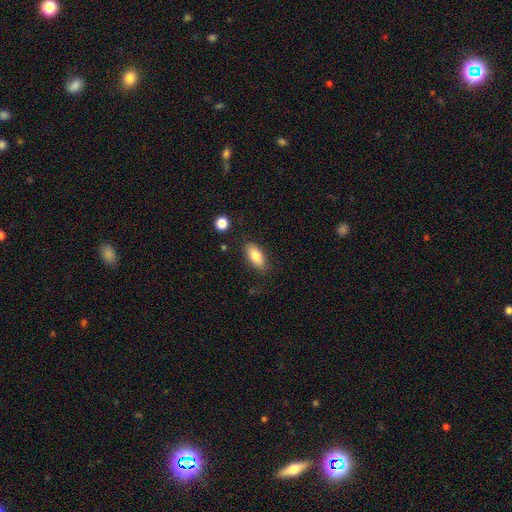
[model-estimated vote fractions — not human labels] Smooth or featured?
  - smooth: 82% *
  - featured or disk: 11%
  - star or artifact: 7%
How rounded?
  - in between: 87% *
  - cigar-shaped: 10%
  - round: 3%
Merging?
  - none: 82% *
  - minor disturbance: 13%
  - major disturbance: 3%
  - merger: 2%